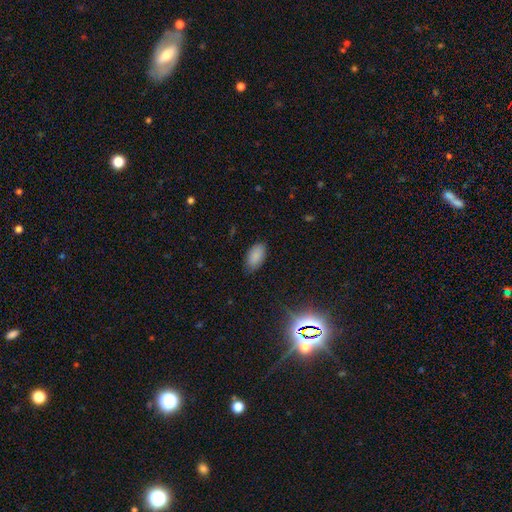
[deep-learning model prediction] Overall: smooth (86%). How rounded: in between (94%). Merging: none (81%).